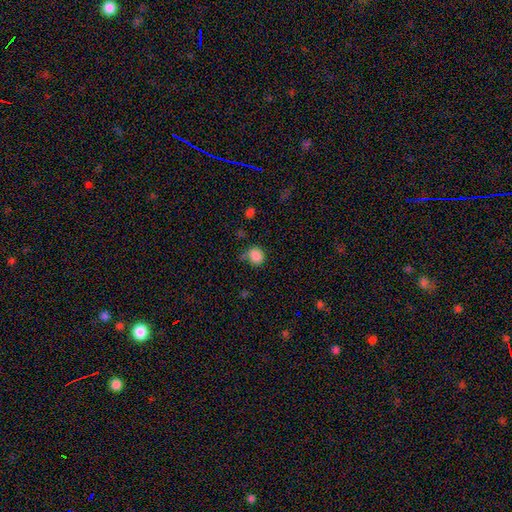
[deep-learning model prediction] A smooth galaxy with no disk features (85%) that is round (75%).

Vote fractions:
- Smooth or featured? smooth: 85% / star or artifact: 10% / featured or disk: 5%
- How rounded? round: 75% / in between: 24% / cigar-shaped: 1%
- Merging? none: 56% / minor disturbance: 29% / major disturbance: 10% / merger: 5%